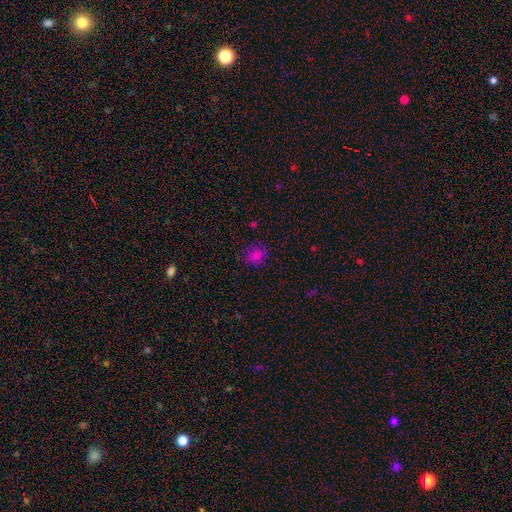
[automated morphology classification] This appears to be a smooth galaxy with no disk features (77%) that is round (79%). Merging: none (85%).